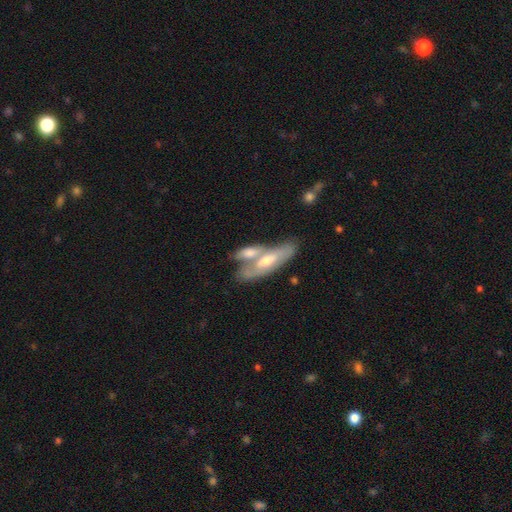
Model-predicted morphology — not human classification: A featured or disk galaxy (56%). Merging: merger (52%).